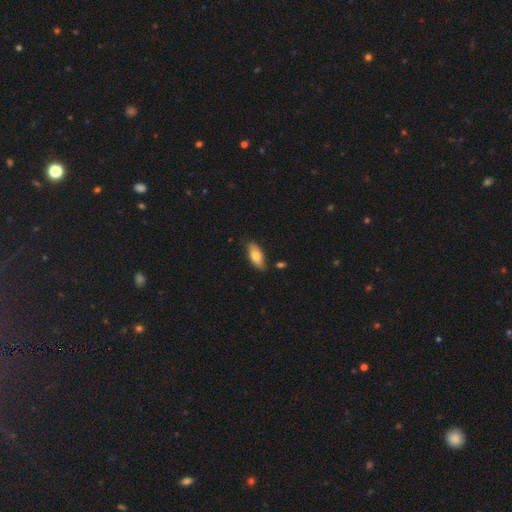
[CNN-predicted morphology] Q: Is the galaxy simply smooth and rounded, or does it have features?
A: smooth — 73%.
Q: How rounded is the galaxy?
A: in between — 81%.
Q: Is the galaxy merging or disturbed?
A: none — 79%.